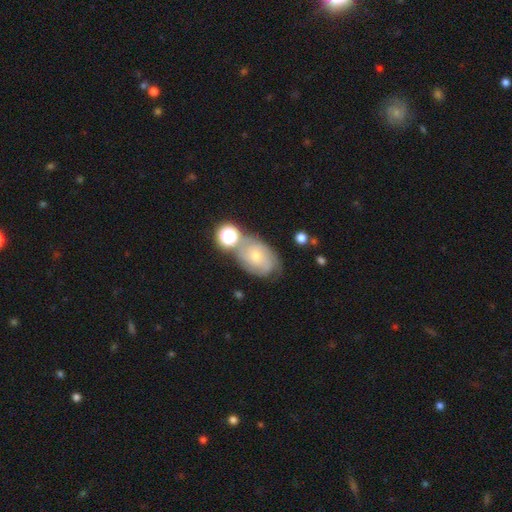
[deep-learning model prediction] Q: Smooth or featured?
A: featured or disk (57%); runner-up: smooth (31%)
Q: Edge-on disk?
A: no (95%); runner-up: yes (5%)
Q: Bar?
A: no (75%); runner-up: weak (21%)
Q: Spiral arms?
A: yes (82%); runner-up: no (18%)
Q: Bulge size?
A: small (59%); runner-up: moderate (36%)
Q: Merging?
A: none (48%); runner-up: minor disturbance (22%)